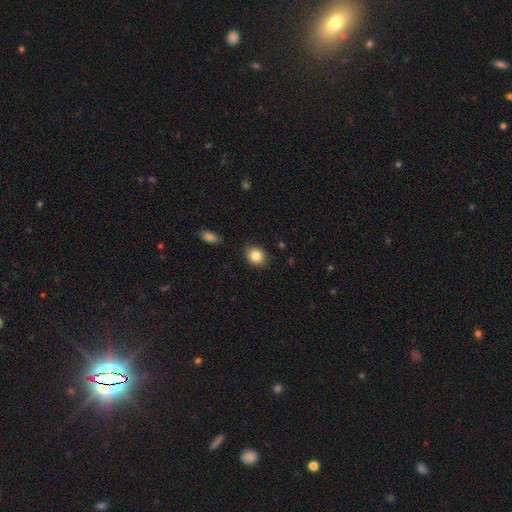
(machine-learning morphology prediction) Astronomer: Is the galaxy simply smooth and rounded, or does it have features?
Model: smooth — 84%.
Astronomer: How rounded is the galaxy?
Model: round — 51% (runner-up: in between, 48%).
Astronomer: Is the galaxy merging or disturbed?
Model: none — 87%.